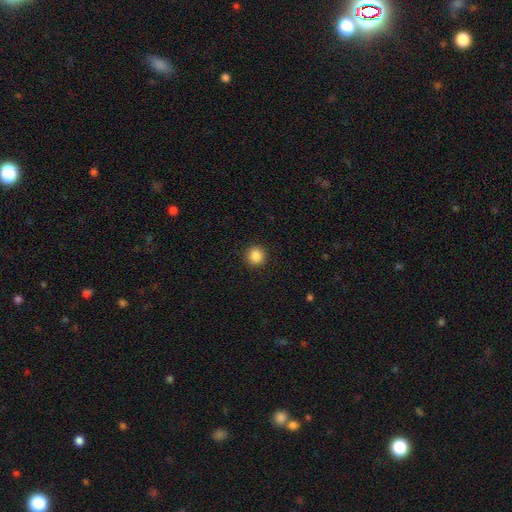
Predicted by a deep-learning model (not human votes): This appears to be a smooth galaxy with no disk features (87%) that is round (94%). Merging: none (92%).